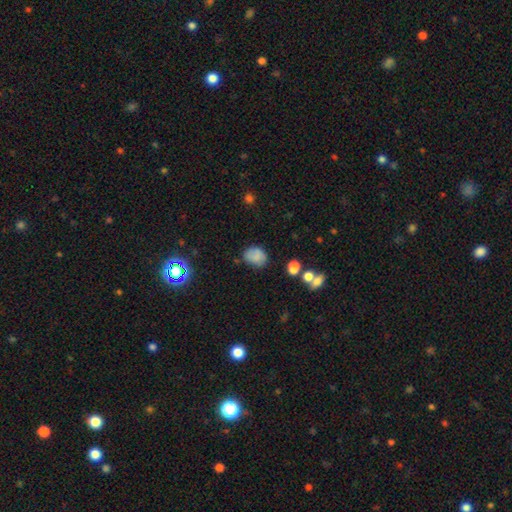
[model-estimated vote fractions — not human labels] Overall: smooth (79%). How rounded: in between (60%; round 39%). Merging: none (65%).